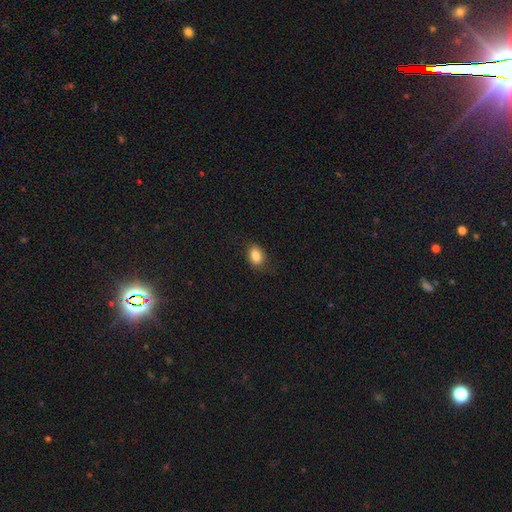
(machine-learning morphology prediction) This is clearly a smooth galaxy (85%). How rounded: clearly in between (80%). Merging: likely none (73%).